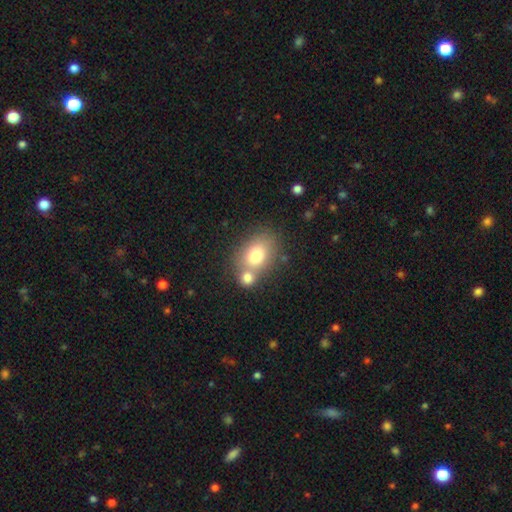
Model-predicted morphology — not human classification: This is likely a smooth galaxy (76%). How rounded: likely in between (67%). Merging: marginally none (43%, tied with merger).